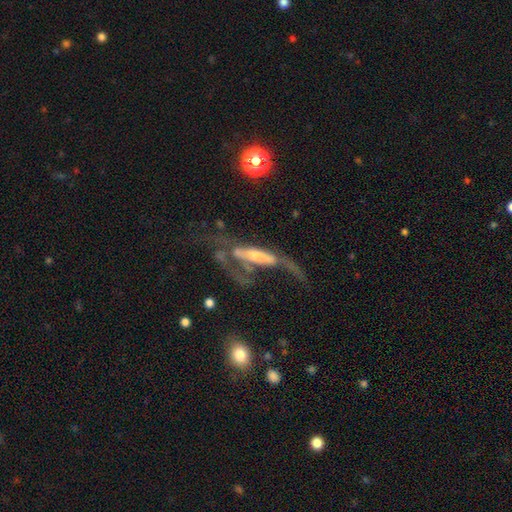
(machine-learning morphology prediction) Q: Smooth or featured?
A: featured or disk (69%); runner-up: smooth (21%)
Q: Edge-on disk?
A: no (70%); runner-up: yes (30%)
Q: Merging?
A: major disturbance (53%); runner-up: none (23%)